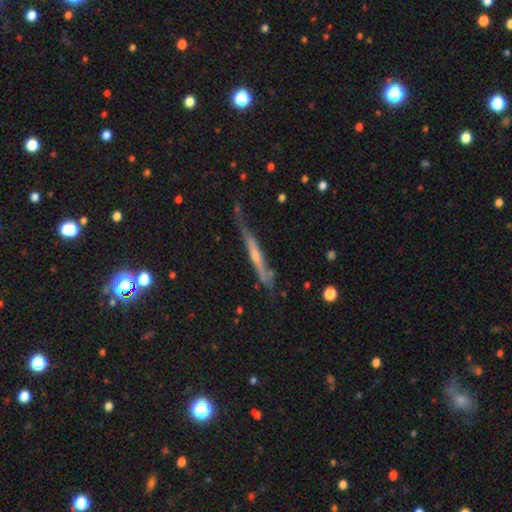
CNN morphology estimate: Smooth or featured? featured or disk (63%)
Edge-on disk? yes (90%)
Edge-on bulge? none (52%)
Merging? none (53%)